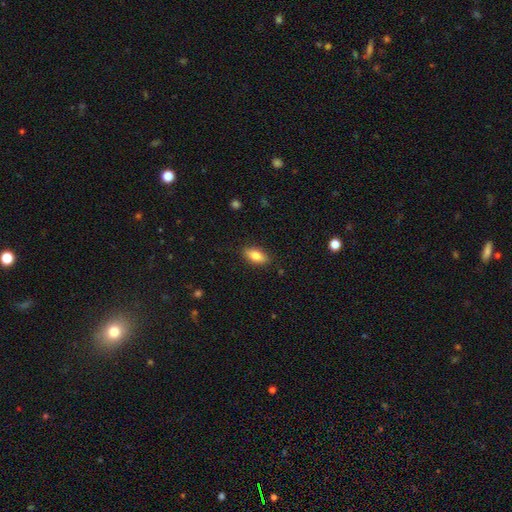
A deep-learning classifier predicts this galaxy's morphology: Smooth or featured? Predicted: smooth (p=0.80). How rounded? Predicted: in between (p=0.86). Merging? Predicted: none (p=0.87).